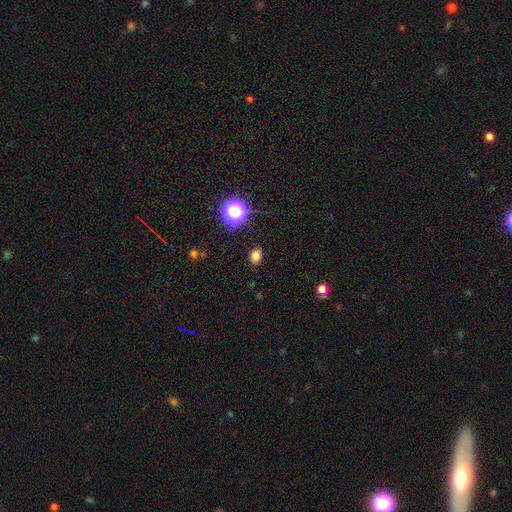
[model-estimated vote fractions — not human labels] Smooth or featured: smooth — 78% (star or artifact — 17%)
How rounded: in between — 61% (round — 38%)
Merging: none — 87% (minor disturbance — 9%)